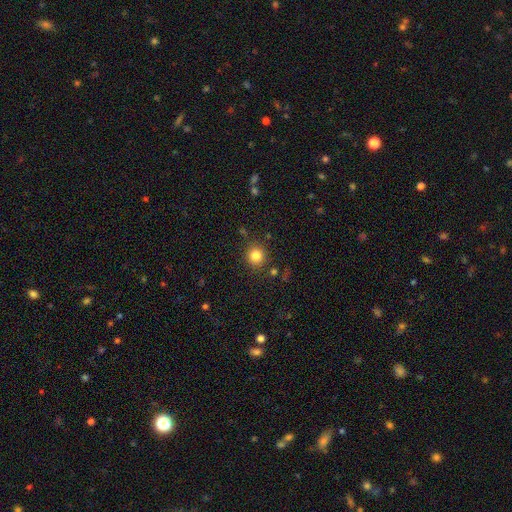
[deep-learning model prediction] This is clearly a smooth galaxy (83%). How rounded: clearly round (91%). Merging: clearly none (86%).